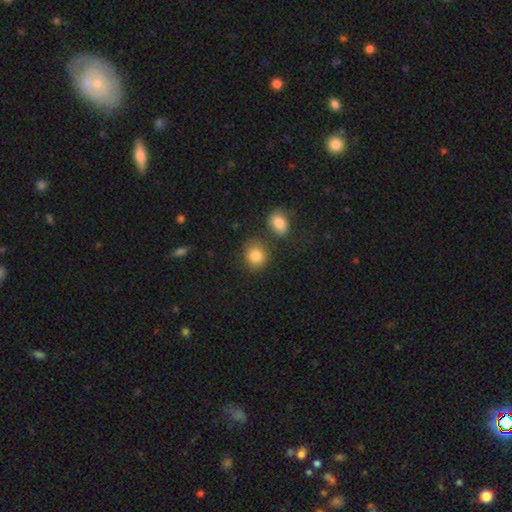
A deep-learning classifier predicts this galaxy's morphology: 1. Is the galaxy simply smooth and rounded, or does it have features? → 85% smooth, 9% star or artifact, 6% featured or disk.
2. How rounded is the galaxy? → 76% round, 23% in between, 1% cigar-shaped.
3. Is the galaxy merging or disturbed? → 74% none, 12% merger, 11% minor disturbance, 4% major disturbance.